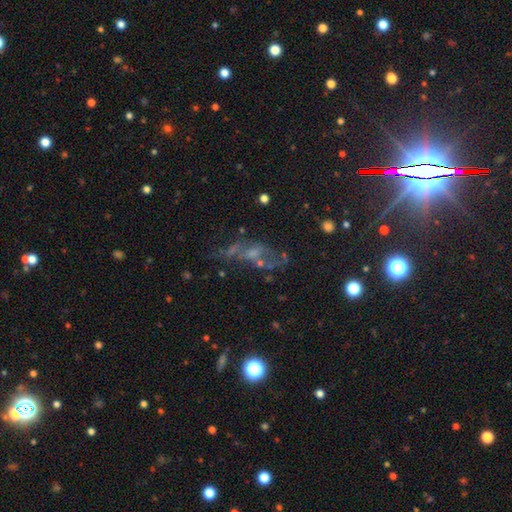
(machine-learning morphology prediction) type=star or artifact (42%).